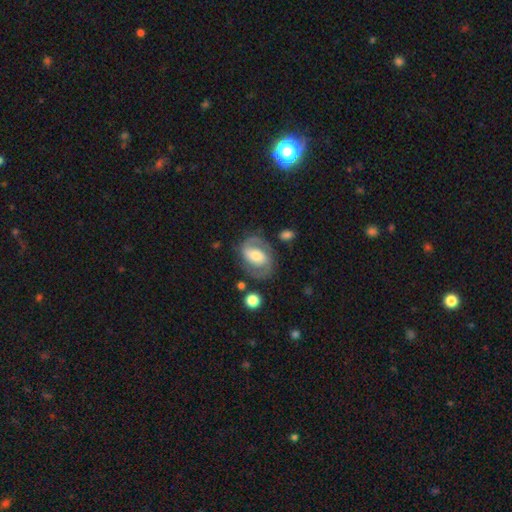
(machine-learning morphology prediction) smooth-or-featured: featured or disk: 78% | smooth: 16% | star or artifact: 6%
  disk-edge-on: no: 97% | yes: 3%
    bar: weak: 40% | no: 30% | strong: 29%
    has-spiral-arms: yes: 91% | no: 9%
      spiral-winding: medium: 51% | tight: 32% | loose: 17%
      spiral-arm-count: 2: 88% | can't tell: 5% | 1: 3% | 3: 1% | 4: 1% | more than 4: 1%
    bulge-size: moderate: 51% | small: 24% | large: 20% | none: 3% | dominant: 3%
  merging: none: 75% | minor disturbance: 15% | major disturbance: 8% | merger: 3%